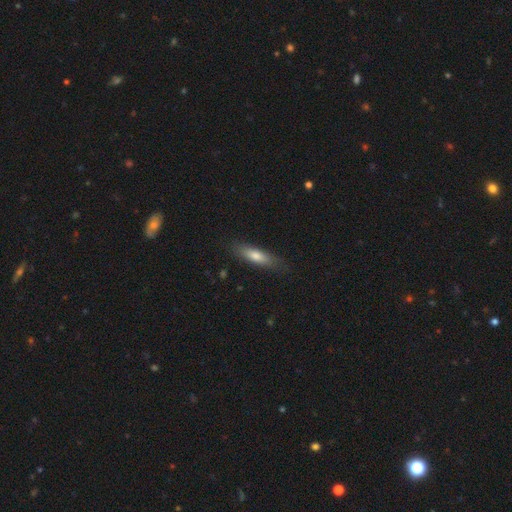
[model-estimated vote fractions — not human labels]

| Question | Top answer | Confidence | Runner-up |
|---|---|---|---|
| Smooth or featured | smooth | 67% | featured or disk (26%) |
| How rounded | cigar-shaped | 69% | in between (29%) |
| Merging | none | 80% | minor disturbance (15%) |